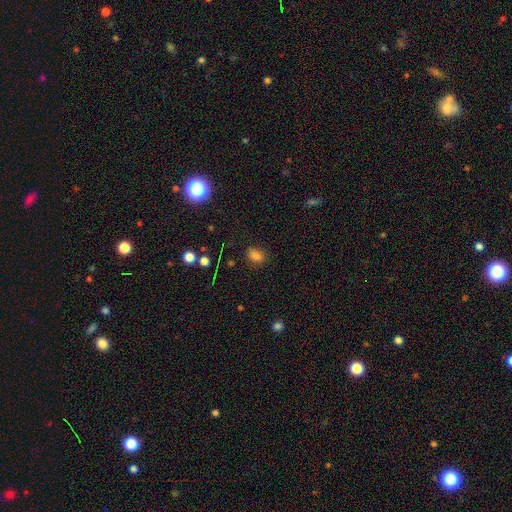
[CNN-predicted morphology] Smooth or featured? Predicted: smooth (p=0.79). How rounded? Predicted: in between (p=0.66). Merging? Predicted: none (p=0.84).